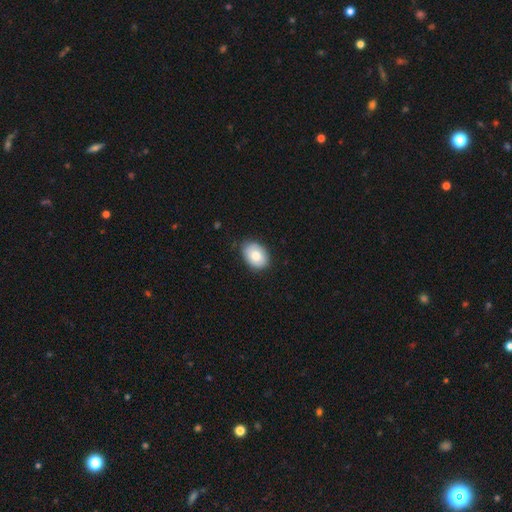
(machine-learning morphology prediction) The model was most divided on "how rounded": in between: 80%, round: 19%, cigar-shaped: 1%. More confident: merging — none (80%); smooth or featured — smooth (80%).